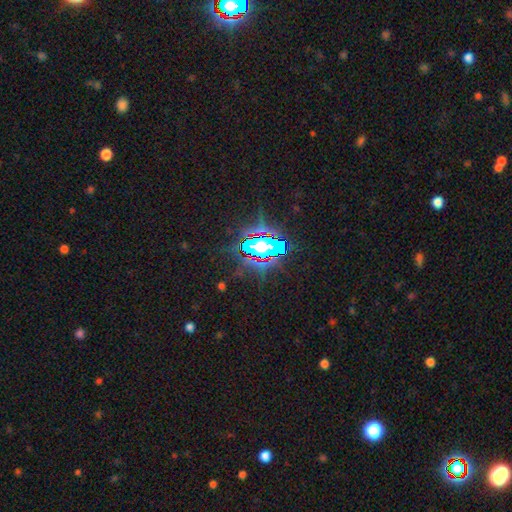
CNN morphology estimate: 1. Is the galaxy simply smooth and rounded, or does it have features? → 85% star or artifact, 8% smooth, 6% featured or disk.